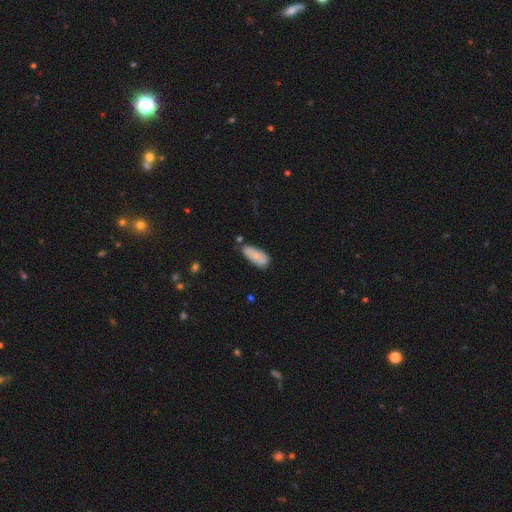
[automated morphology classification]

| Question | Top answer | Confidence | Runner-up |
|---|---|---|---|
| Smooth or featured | smooth | 78% | featured or disk (15%) |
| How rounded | in between | 84% | cigar-shaped (14%) |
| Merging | none | 65% | minor disturbance (24%) |